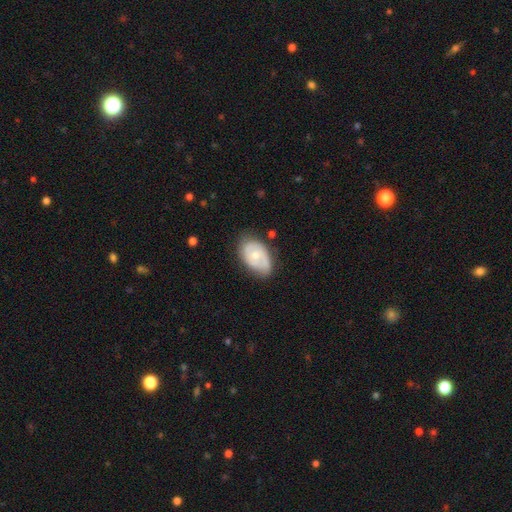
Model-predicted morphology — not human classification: Smooth or featured: featured or disk — 57% (smooth — 37%)
Edge-on disk: no — 95% (yes — 5%)
Bar: no — 74% (weak — 23%)
Spiral arms: yes — 72% (no — 28%)
Bulge size: moderate — 50% (small — 45%)
Merging: none — 66% (minor disturbance — 25%)